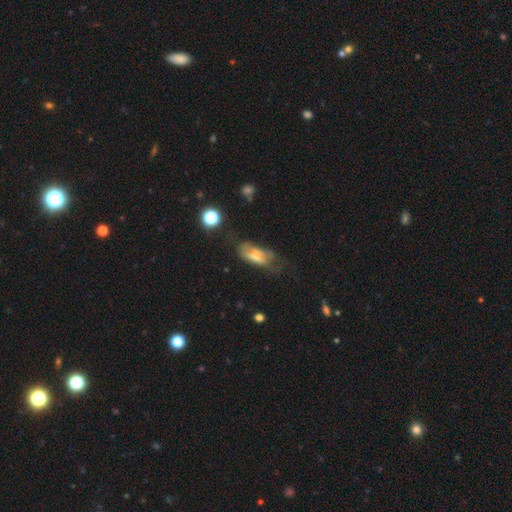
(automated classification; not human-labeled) Smooth or featured? Predicted: smooth (p=0.59). How rounded? Predicted: in between (p=0.80). Merging? Predicted: none (p=0.34).